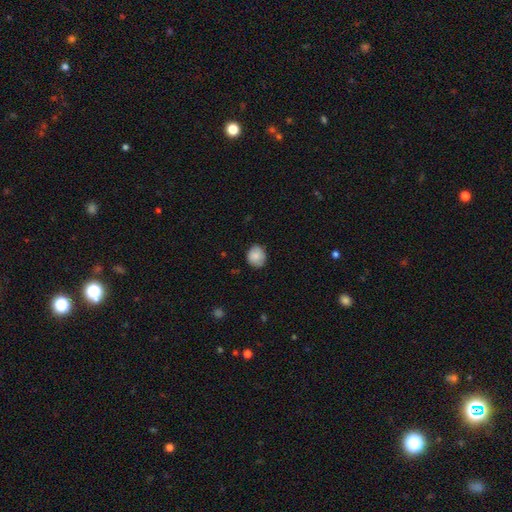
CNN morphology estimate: smooth-or-featured: smooth: 82% | featured or disk: 10% | star or artifact: 7%
  how-rounded: round: 76% | in between: 23% | cigar-shaped: 1%
  merging: none: 75% | minor disturbance: 20% | major disturbance: 3% | merger: 1%